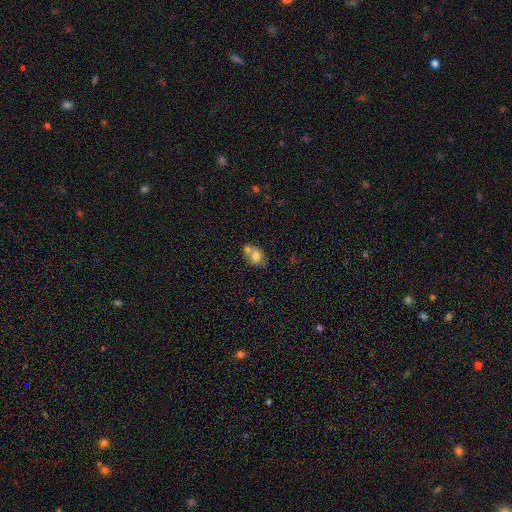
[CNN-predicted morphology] This is likely a smooth galaxy (73%). How rounded: likely in between (68%). Merging: marginally merger (43%).